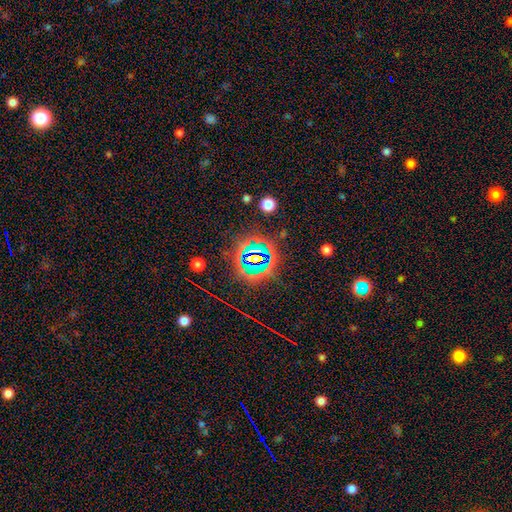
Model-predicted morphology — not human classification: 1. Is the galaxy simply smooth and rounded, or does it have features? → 77% star or artifact, 12% smooth, 11% featured or disk.